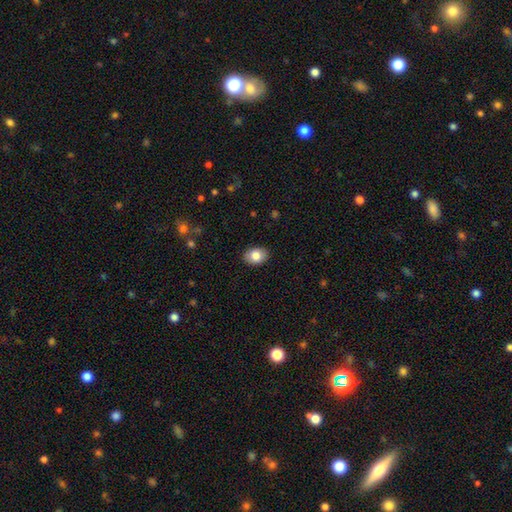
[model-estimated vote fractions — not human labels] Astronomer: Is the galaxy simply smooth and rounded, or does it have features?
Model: smooth — 83%.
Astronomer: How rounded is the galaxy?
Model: in between — 74%.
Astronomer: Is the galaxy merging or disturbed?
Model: none — 89%.